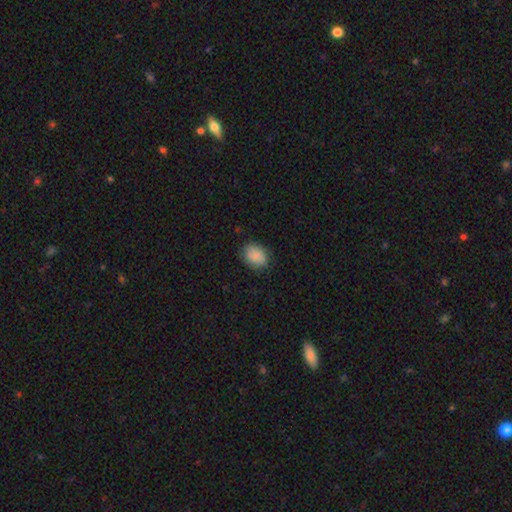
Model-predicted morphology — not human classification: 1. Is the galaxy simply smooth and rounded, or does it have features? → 87% smooth, 7% star or artifact, 6% featured or disk.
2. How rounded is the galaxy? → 58% in between, 41% round, 1% cigar-shaped.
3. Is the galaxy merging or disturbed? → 82% none, 14% minor disturbance, 3% major disturbance, 1% merger.